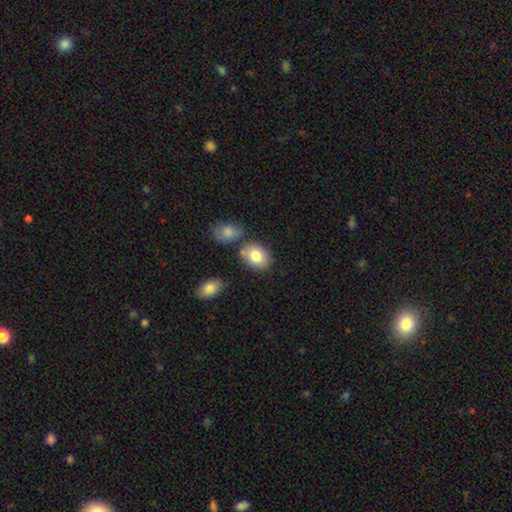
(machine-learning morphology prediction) smooth_or_featured: smooth (p=0.81) [alt: featured or disk p=0.12]
how_rounded: in between (p=0.67) [alt: round p=0.32]
merging: none (p=0.69) [alt: merger p=0.14]